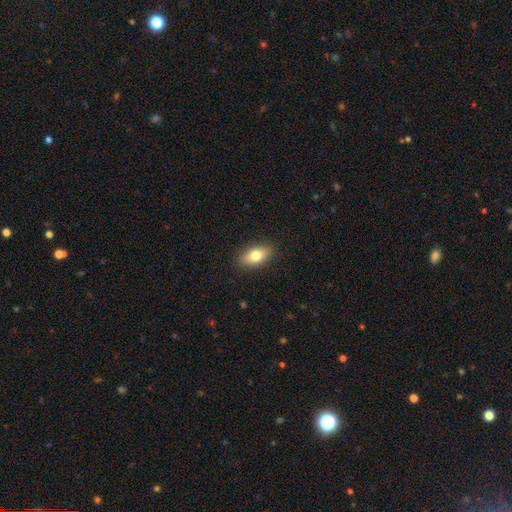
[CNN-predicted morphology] Smooth or featured: smooth — 75% (featured or disk — 17%)
How rounded: in between — 86% (cigar-shaped — 9%)
Merging: none — 88% (minor disturbance — 9%)